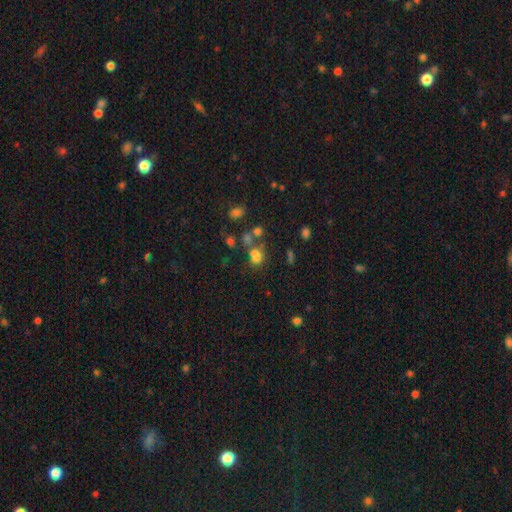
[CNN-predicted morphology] type=smooth (69%); roundness=round (52%); merging=none (45%).